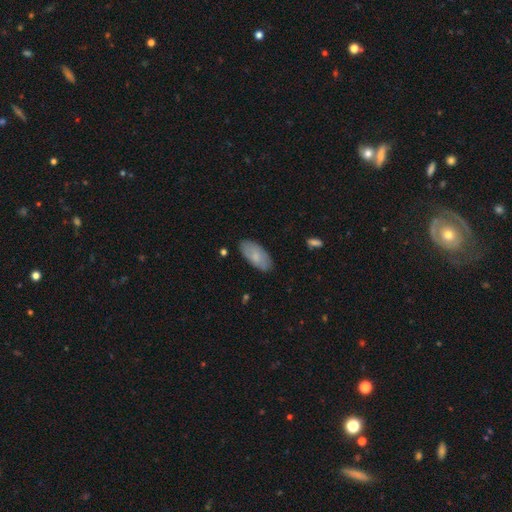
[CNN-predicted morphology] Smooth or featured? Predicted: smooth (p=0.76). How rounded? Predicted: in between (p=0.93). Merging? Predicted: none (p=0.81).